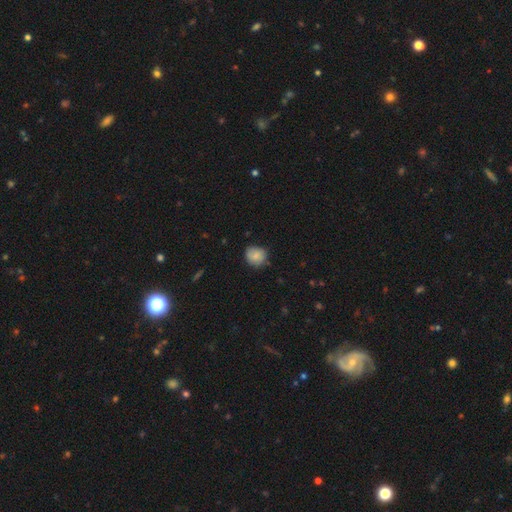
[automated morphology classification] A smooth galaxy with no disk features (82%) that is round (76%).

Vote fractions:
- Smooth or featured? smooth: 82% / featured or disk: 10% / star or artifact: 8%
- How rounded? round: 76% / in between: 23% / cigar-shaped: 1%
- Merging? none: 70% / minor disturbance: 24% / major disturbance: 4% / merger: 1%